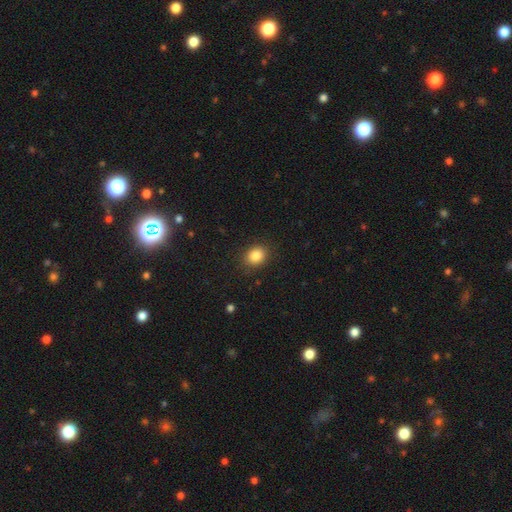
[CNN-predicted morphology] This appears to be a smooth galaxy with no disk features (85%) that is round (54%). Merging: none (87%).